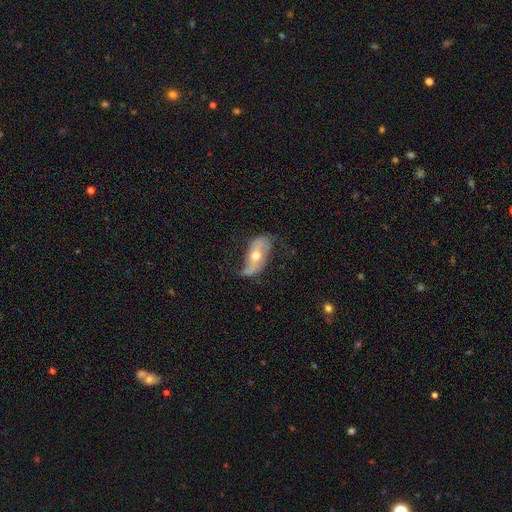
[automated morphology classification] Smooth or featured?
  - featured or disk: 73% *
  - smooth: 20%
  - star or artifact: 7%
Edge-on disk?
  - no: 89% *
  - yes: 11%
Bar?
  - no: 48% *
  - weak: 29%
  - strong: 23%
Spiral arms?
  - yes: 85% *
  - no: 15%
Spiral winding?
  - loose: 79% *
  - medium: 15%
  - tight: 6%
Spiral arm count?
  - 2: 86% *
  - 1: 6%
  - can't tell: 5%
  - 3: 1%
  - 4: 1%
  - more than 4: 1%
Bulge size?
  - moderate: 71% *
  - small: 22%
  - large: 4%
  - none: 1%
  - dominant: 1%
Merging?
  - none: 57% *
  - minor disturbance: 27%
  - major disturbance: 14%
  - merger: 2%